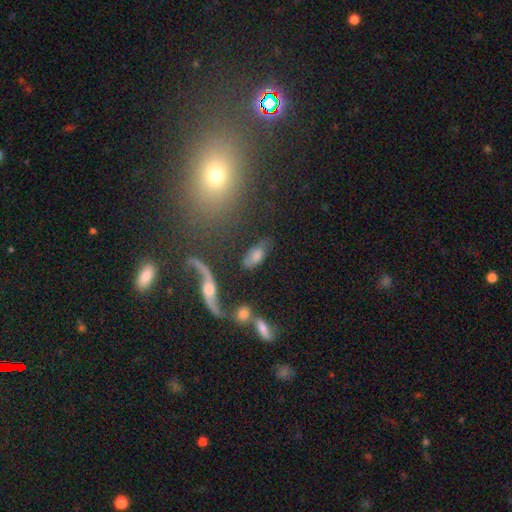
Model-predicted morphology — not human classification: Smooth or featured? smooth (58%)
How rounded? in between (87%)
Merging? none (53%)